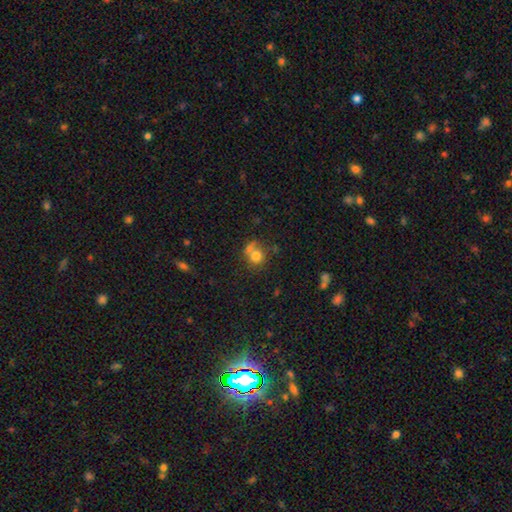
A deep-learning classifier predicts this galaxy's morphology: Smooth or featured? smooth (74%)
How rounded? round (80%)
Merging? none (45%)